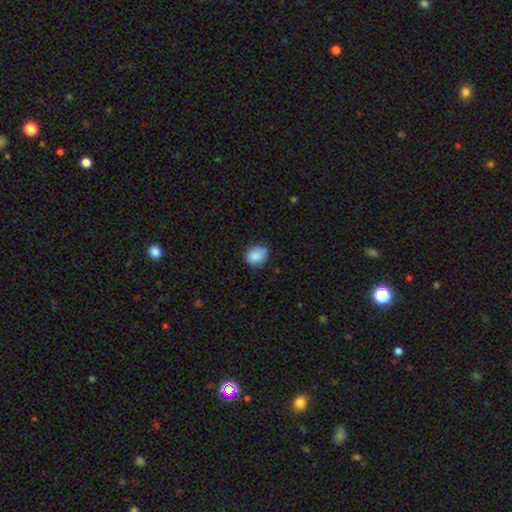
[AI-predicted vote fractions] The model was most divided on "how rounded": round: 54%, in between: 45%, cigar-shaped: 1%. More confident: smooth or featured — smooth (86%); merging — none (71%).